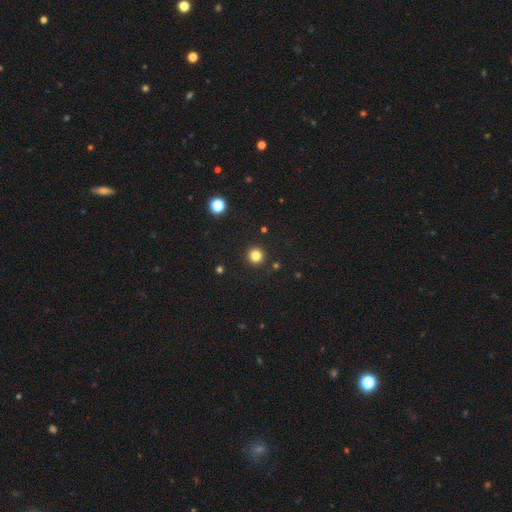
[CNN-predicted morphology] type=smooth (82%); roundness=round (96%); merging=none (92%).